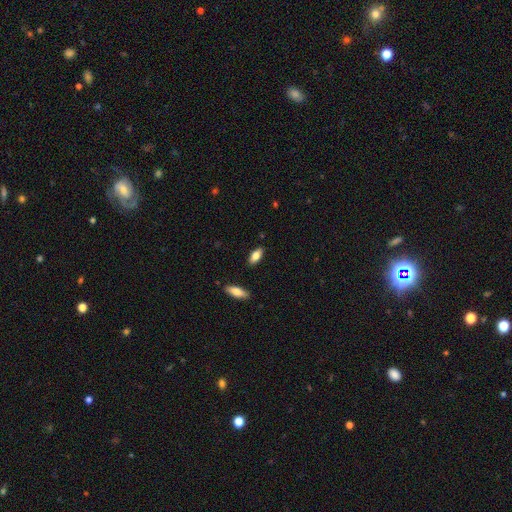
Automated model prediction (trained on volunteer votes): Morphology: type=smooth (80%); roundness=in between (82%); merging=none (86%).